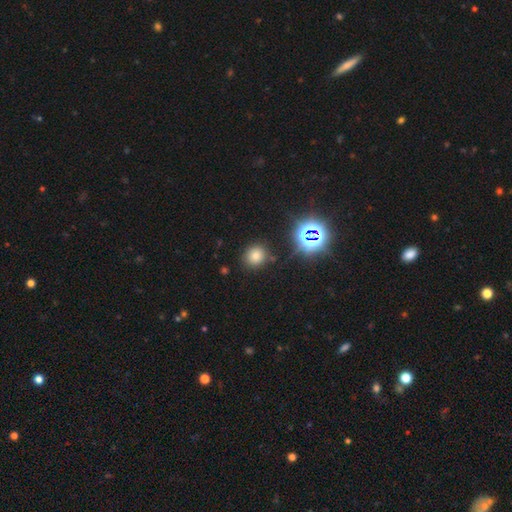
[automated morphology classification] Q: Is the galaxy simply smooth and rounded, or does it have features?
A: smooth — 70%.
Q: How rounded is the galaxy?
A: round — 80%.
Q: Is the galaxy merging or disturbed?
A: none — 83%.